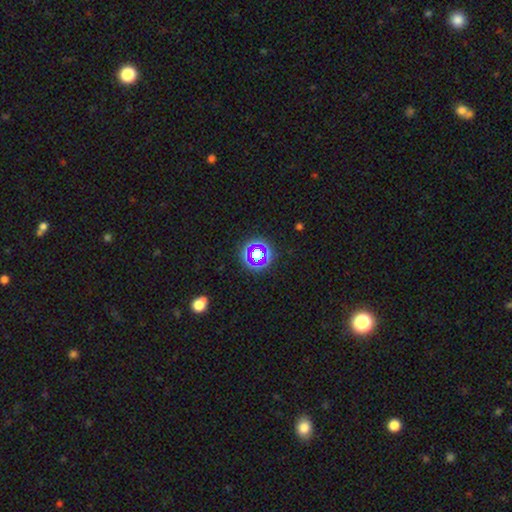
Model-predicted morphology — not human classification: Smooth or featured?
  - star or artifact: 56% *
  - smooth: 29%
  - featured or disk: 15%